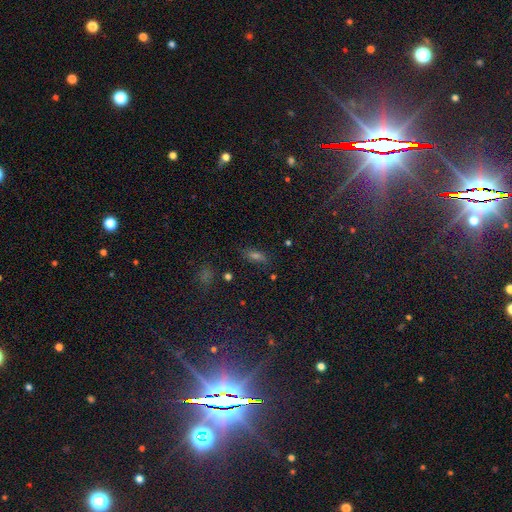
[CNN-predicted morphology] smooth-or-featured: smooth: 55% | star or artifact: 30% | featured or disk: 15%
  how-rounded: in between: 68% | cigar-shaped: 24% | round: 8%
  merging: none: 81% | minor disturbance: 13% | major disturbance: 4% | merger: 3%